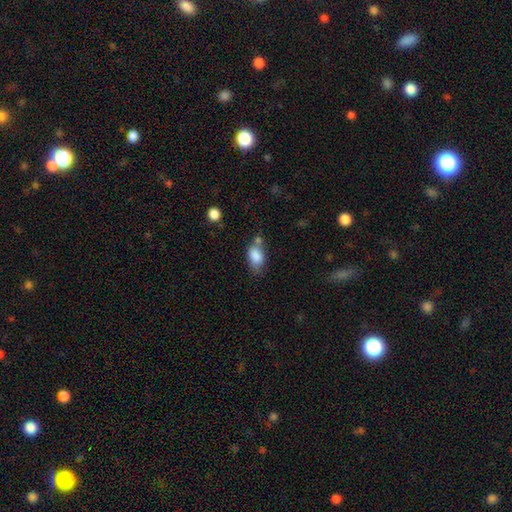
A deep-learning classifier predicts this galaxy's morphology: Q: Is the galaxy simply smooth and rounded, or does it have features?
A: smooth — 83%.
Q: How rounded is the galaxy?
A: in between — 85%.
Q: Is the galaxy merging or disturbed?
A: none — 45%.